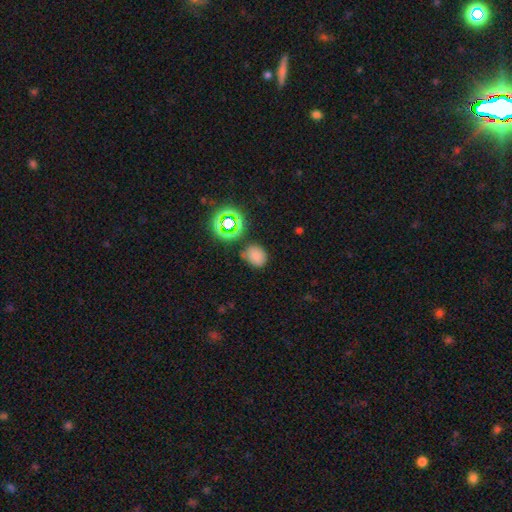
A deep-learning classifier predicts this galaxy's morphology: Smooth or featured: smooth — 72% (star or artifact — 21%)
How rounded: round — 50% (in between — 49%)
Merging: none — 69% (minor disturbance — 19%)